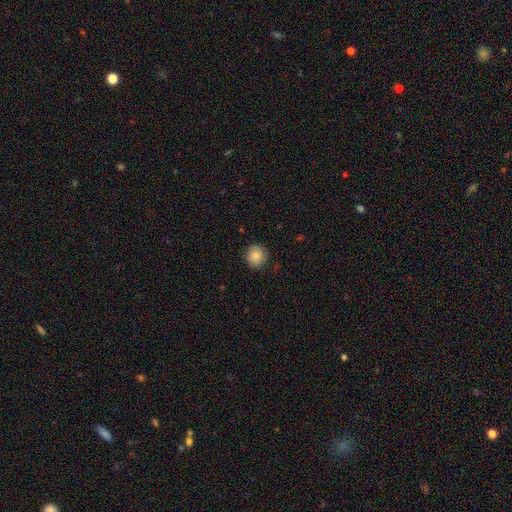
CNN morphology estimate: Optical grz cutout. It shows a smooth galaxy with no disk features (87%) that is round (90%). Merging: none (87%).